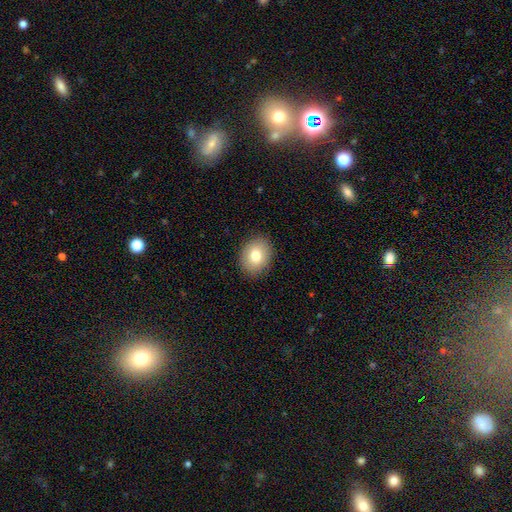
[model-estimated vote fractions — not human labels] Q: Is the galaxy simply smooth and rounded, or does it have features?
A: smooth — 78%.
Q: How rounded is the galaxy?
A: in between — 52%.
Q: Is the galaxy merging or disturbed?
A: none — 89%.